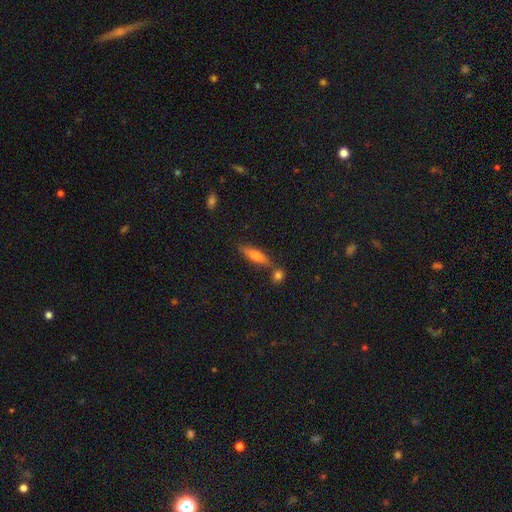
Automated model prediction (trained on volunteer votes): Smooth or featured? Predicted: smooth (p=0.54). How rounded? Predicted: cigar-shaped (p=0.68). Merging? Predicted: none (p=0.71).